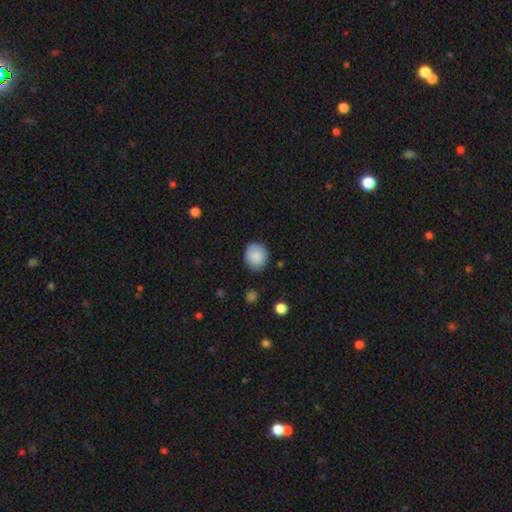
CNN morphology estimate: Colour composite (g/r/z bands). It shows a smooth galaxy with no disk features (88%) that is round (83%). Merging: none (84%).